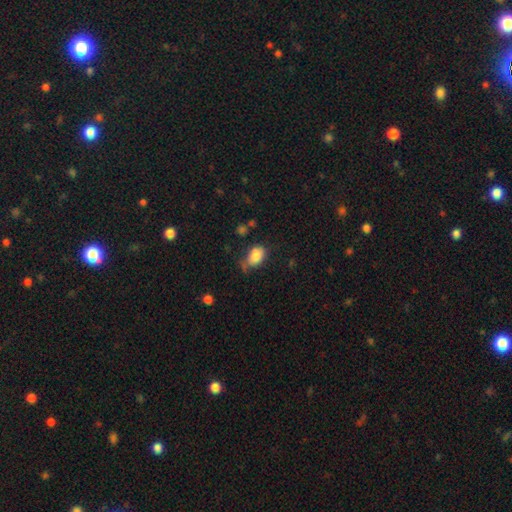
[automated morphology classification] Smooth or featured? smooth (81%)
How rounded? in between (85%)
Merging? none (47%)